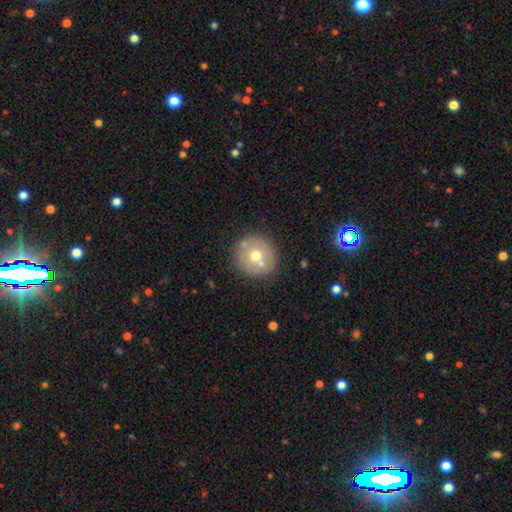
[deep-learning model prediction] Q: Smooth or featured?
A: smooth (63%); runner-up: featured or disk (27%)
Q: How rounded?
A: round (94%); runner-up: in between (6%)
Q: Merging?
A: none (74%); runner-up: merger (13%)